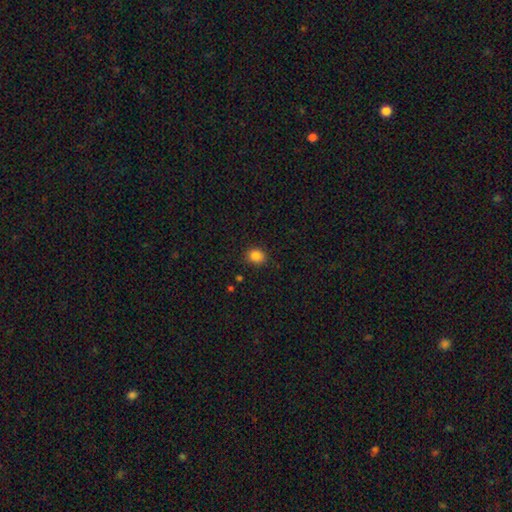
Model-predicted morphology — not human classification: smooth-or-featured: smooth: 85% | star or artifact: 11% | featured or disk: 4%
  how-rounded: round: 65% | in between: 34% | cigar-shaped: 1%
  merging: none: 87% | minor disturbance: 9% | major disturbance: 2% | merger: 1%